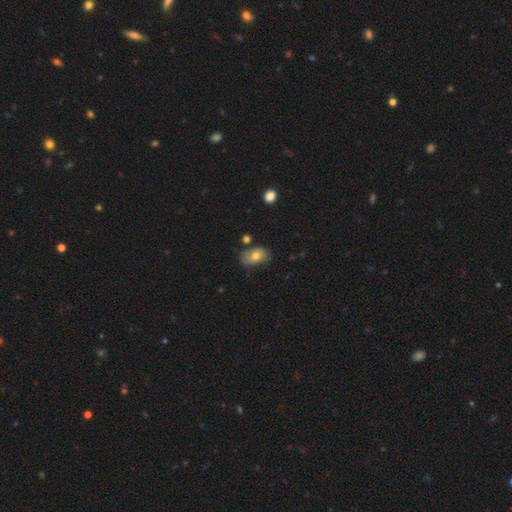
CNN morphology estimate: Smooth or featured? Predicted: smooth (p=0.72). How rounded? Predicted: in between (p=0.85). Merging? Predicted: none (p=0.60).